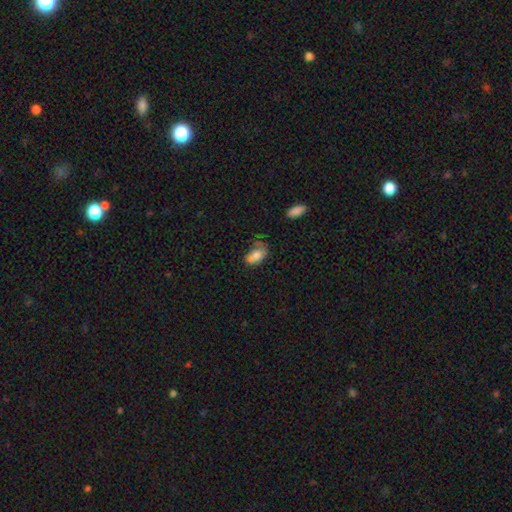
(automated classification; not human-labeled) smooth-or-featured: smooth: 73% | featured or disk: 18% | star or artifact: 9%
  how-rounded: in between: 89% | round: 8% | cigar-shaped: 3%
  merging: none: 35% | minor disturbance: 32% | major disturbance: 21% | merger: 12%